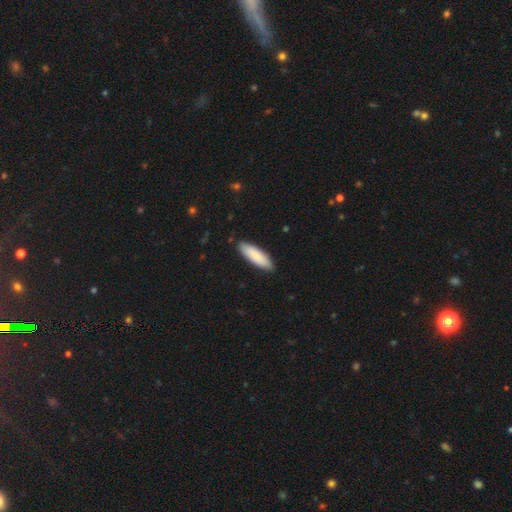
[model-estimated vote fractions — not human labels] A smooth galaxy with no disk features (86%) that is in between round and cigar-shaped (54%).

Vote fractions:
- Smooth or featured? smooth: 86% / featured or disk: 9% / star or artifact: 5%
- How rounded? in between: 54% / cigar-shaped: 45% / round: 1%
- Merging? none: 87% / minor disturbance: 10% / major disturbance: 2% / merger: 1%